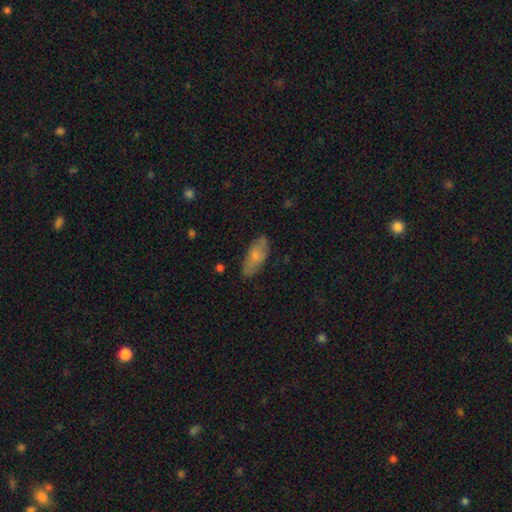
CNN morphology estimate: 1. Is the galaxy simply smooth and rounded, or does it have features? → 70% smooth, 24% featured or disk, 6% star or artifact.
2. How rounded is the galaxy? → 83% in between, 15% cigar-shaped, 2% round.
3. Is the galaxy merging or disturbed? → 77% none, 18% minor disturbance, 4% major disturbance, 1% merger.